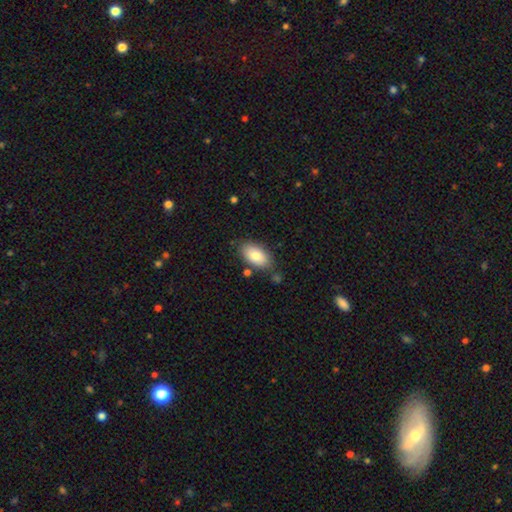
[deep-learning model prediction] smooth-or-featured: smooth: 81% | featured or disk: 12% | star or artifact: 7%
  how-rounded: in between: 93% | round: 4% | cigar-shaped: 3%
  merging: none: 78% | minor disturbance: 14% | merger: 5% | major disturbance: 3%